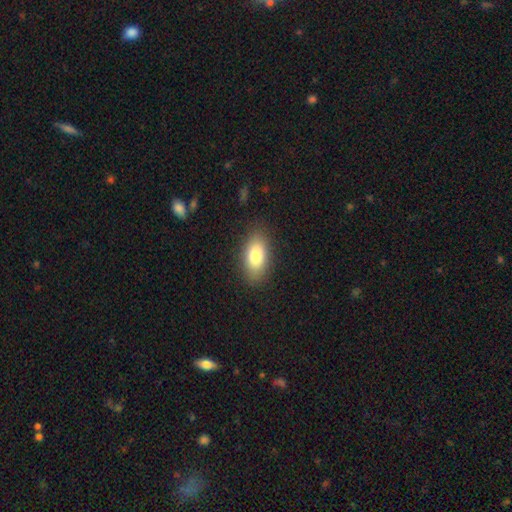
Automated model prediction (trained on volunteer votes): Smooth or featured?
  - smooth: 80% *
  - featured or disk: 12%
  - star or artifact: 8%
How rounded?
  - in between: 89% *
  - cigar-shaped: 5%
  - round: 5%
Merging?
  - none: 85% *
  - minor disturbance: 10%
  - major disturbance: 3%
  - merger: 1%